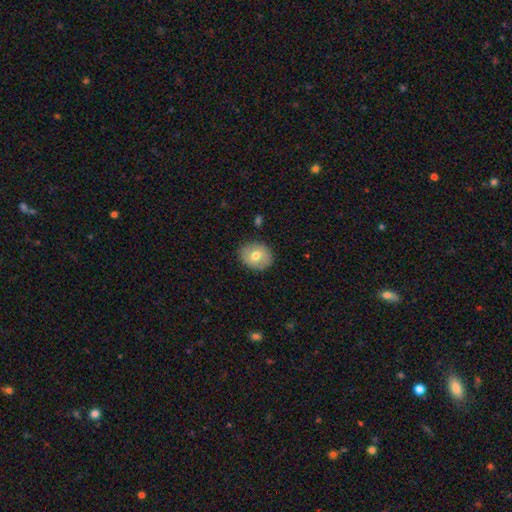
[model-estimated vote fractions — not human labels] A smooth galaxy with no disk features (70%) that is round (66%). Merging: none (87%).